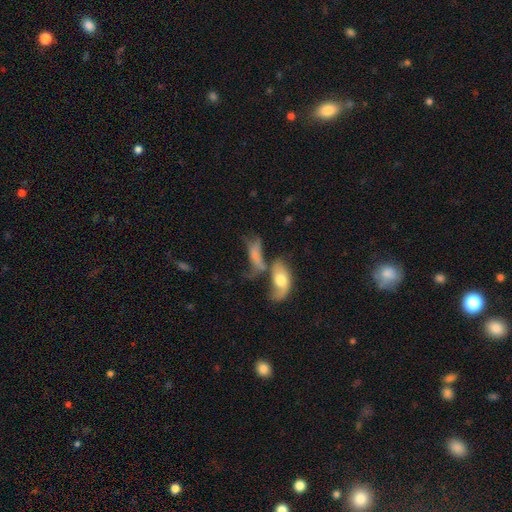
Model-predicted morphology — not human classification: A smooth galaxy with no disk features (55%) that is in between round and cigar-shaped (74%).

Vote fractions:
- Smooth or featured? smooth: 55% / featured or disk: 35% / star or artifact: 10%
- How rounded? in between: 74% / cigar-shaped: 19% / round: 7%
- Merging? merger: 49% / none: 20% / major disturbance: 18% / minor disturbance: 13%